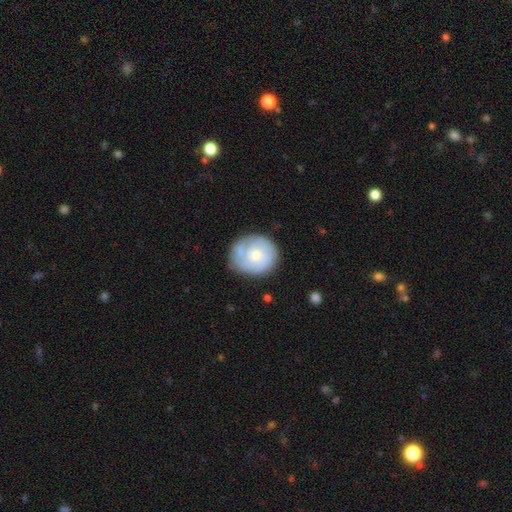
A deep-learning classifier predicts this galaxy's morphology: A featured or disk galaxy (57%) with no bar (78%), spiral arms (80%) and a small central bulge (46%, tied with moderate).

Vote fractions:
- Smooth or featured? featured or disk: 57% / smooth: 38% / star or artifact: 6%
- Edge-on disk? no: 98% / yes: 2%
- Bar? no: 78% / weak: 19% / strong: 2%
- Spiral arms? yes: 80% / no: 20%
- Bulge size? small: 46% (tied) / moderate: 46% (tied) / large: 4% / none: 3% / dominant: 1%
- Merging? none: 74% / minor disturbance: 18% / major disturbance: 6% / merger: 2%